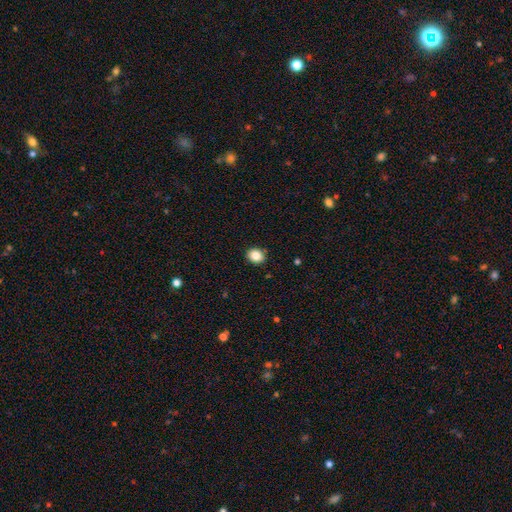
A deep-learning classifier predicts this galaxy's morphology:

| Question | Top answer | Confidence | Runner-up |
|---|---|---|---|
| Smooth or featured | smooth | 85% | star or artifact (10%) |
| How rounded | round | 64% | in between (35%) |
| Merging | none | 90% | minor disturbance (7%) |